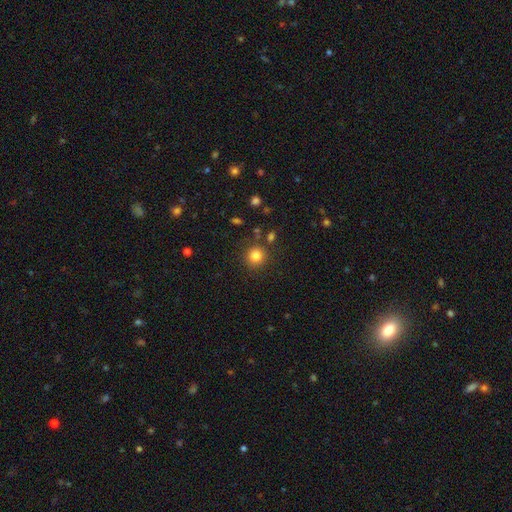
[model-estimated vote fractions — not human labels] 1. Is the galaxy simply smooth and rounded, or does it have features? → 83% smooth, 12% star or artifact, 5% featured or disk.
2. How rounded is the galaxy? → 92% round, 7% in between, 1% cigar-shaped.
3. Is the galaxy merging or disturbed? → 86% none, 8% minor disturbance, 4% merger, 3% major disturbance.